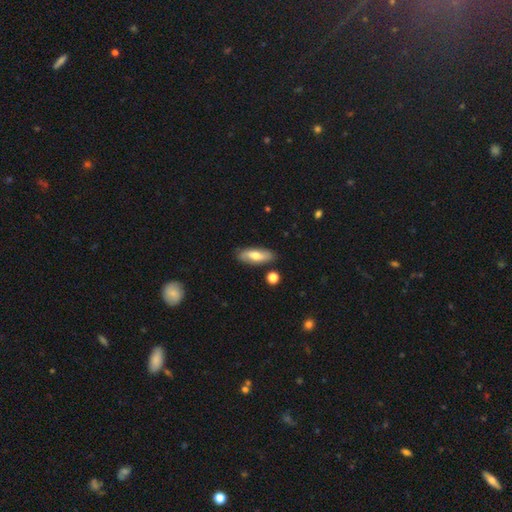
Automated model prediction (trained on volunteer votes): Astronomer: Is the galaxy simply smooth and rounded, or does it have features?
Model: smooth — 57% (runner-up: featured or disk, 37%).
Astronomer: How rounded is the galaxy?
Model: in between — 70%.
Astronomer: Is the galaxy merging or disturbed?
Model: none — 83%.